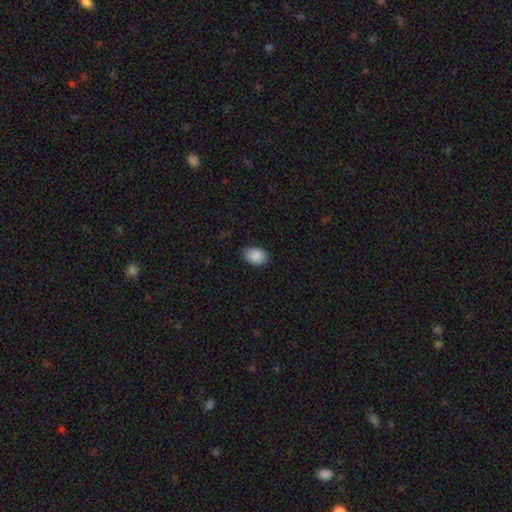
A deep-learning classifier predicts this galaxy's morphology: Q: Smooth or featured?
A: smooth (90%); runner-up: star or artifact (7%)
Q: How rounded?
A: in between (81%); runner-up: round (18%)
Q: Merging?
A: none (87%); runner-up: minor disturbance (10%)